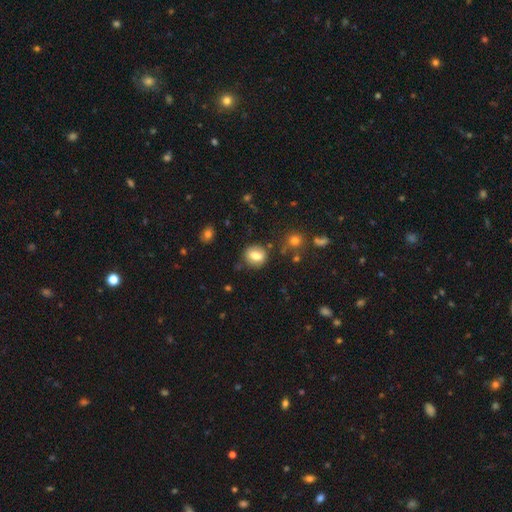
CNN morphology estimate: A smooth galaxy with no disk features (71%) that is round (69%).

Vote fractions:
- Smooth or featured? smooth: 71% / featured or disk: 19% / star or artifact: 10%
- How rounded? round: 69% / in between: 30% / cigar-shaped: 1%
- Merging? none: 79% / minor disturbance: 13% / major disturbance: 4% / merger: 4%